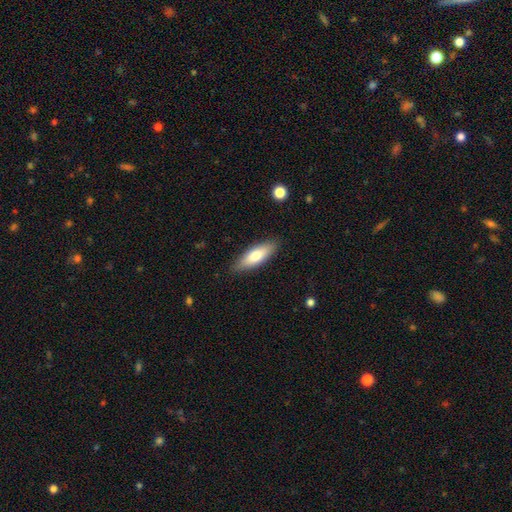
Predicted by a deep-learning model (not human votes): A smooth galaxy with no disk features (70%) that is in between round and cigar-shaped (55%). Merging: none (87%).